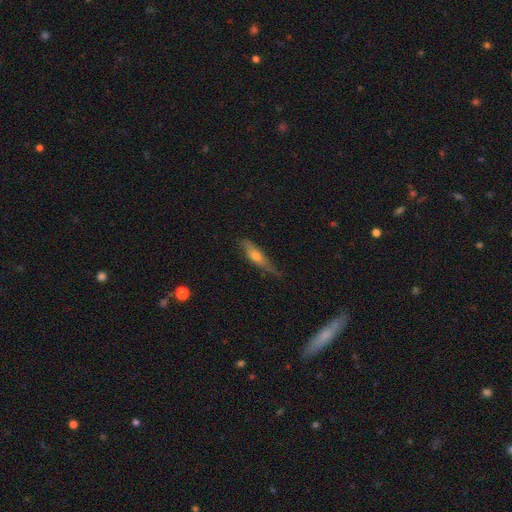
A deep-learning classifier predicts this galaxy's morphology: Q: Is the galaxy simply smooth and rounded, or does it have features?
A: smooth — 49%.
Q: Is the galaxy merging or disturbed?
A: none — 64%.